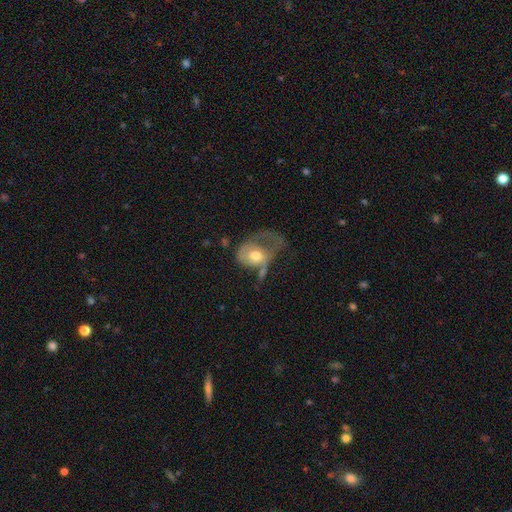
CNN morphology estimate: type=smooth (51%); roundness=in between (65%); merging=major disturbance (57%).